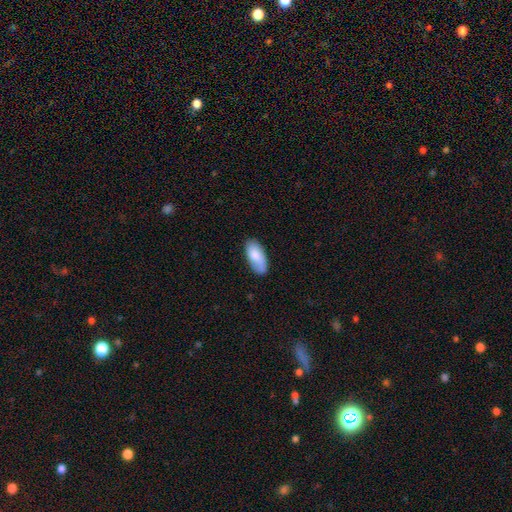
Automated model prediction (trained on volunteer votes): Smooth or featured? smooth (78%)
How rounded? in between (92%)
Merging? none (73%)